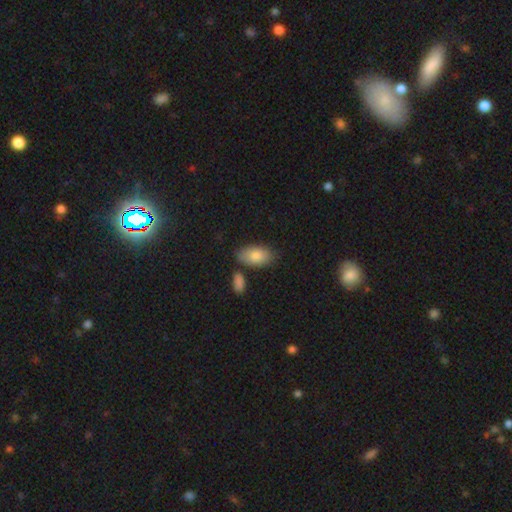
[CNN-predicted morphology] smooth_or_featured: smooth (p=0.82) [alt: featured or disk p=0.11]
how_rounded: in between (p=0.93) [alt: round p=0.04]
merging: none (p=0.72) [alt: minor disturbance p=0.15]